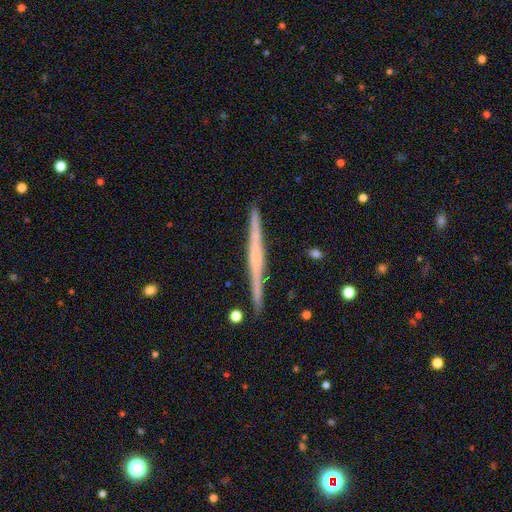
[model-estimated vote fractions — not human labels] Q: Smooth or featured?
A: featured or disk (70%); runner-up: smooth (24%)
Q: Edge-on disk?
A: yes (98%); runner-up: no (2%)
Q: Edge-on bulge?
A: none (56%); runner-up: rounded (29%)
Q: Merging?
A: none (91%); runner-up: minor disturbance (6%)